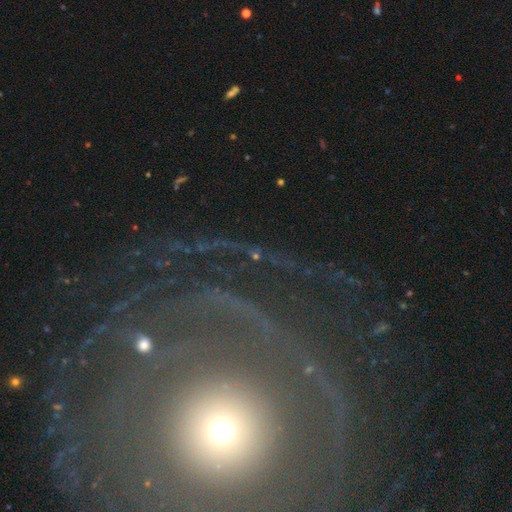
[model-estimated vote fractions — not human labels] A star or artifact, not a galaxy (49%).

Vote fractions:
- Smooth or featured? star or artifact: 49% / featured or disk: 39% / smooth: 13%